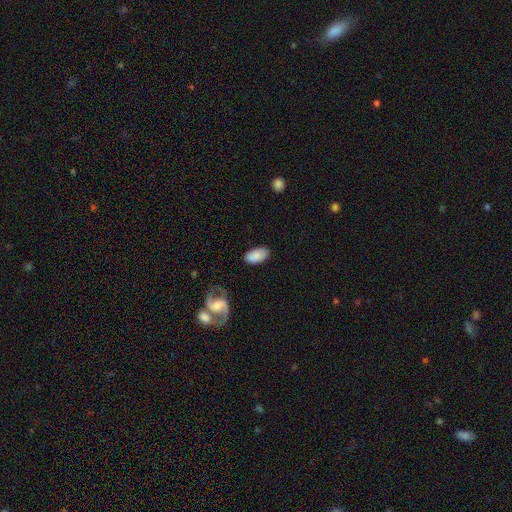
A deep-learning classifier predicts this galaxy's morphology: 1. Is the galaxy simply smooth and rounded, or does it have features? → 82% smooth, 11% featured or disk, 7% star or artifact.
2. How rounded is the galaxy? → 94% in between, 4% round, 2% cigar-shaped.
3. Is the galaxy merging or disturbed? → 80% none, 14% minor disturbance, 4% major disturbance, 3% merger.